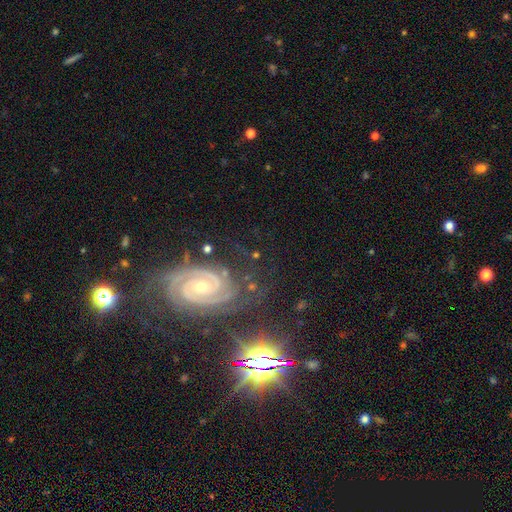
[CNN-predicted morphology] type=featured or disk (78%); edge-on=no (97%); bar=no (61%); spiral arms=yes (98%); winding=tight (77%); arm count=2 (79%); bulge=small (54%); merging=none (76%).